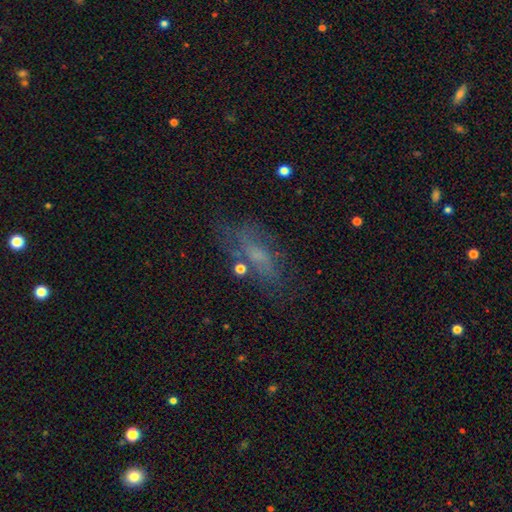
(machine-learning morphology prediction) smooth-or-featured: featured or disk: 41% | smooth: 39% | star or artifact: 20%
  merging: none: 64% | minor disturbance: 19% | major disturbance: 12% | merger: 5%